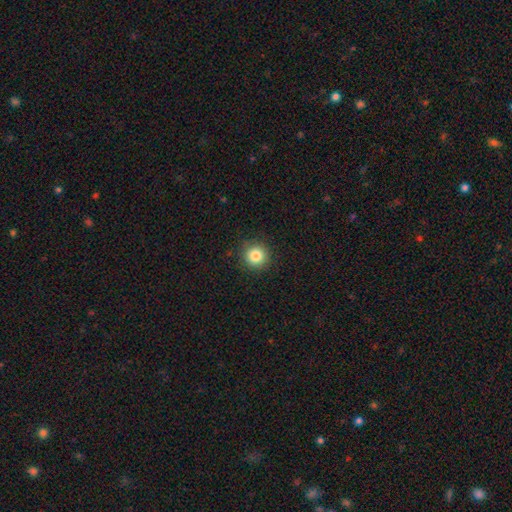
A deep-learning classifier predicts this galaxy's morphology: This is clearly a smooth galaxy (84%). How rounded: clearly round (95%). Merging: clearly none (91%).